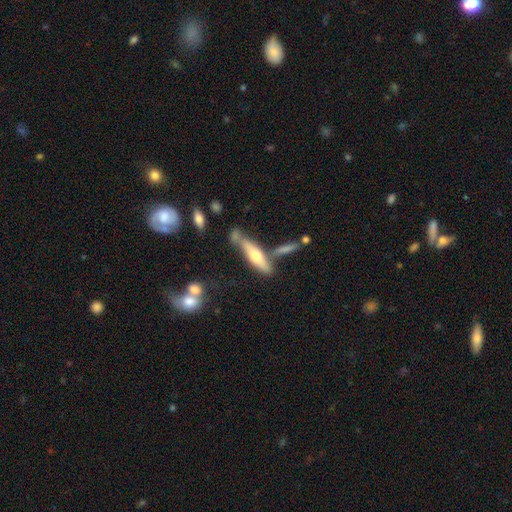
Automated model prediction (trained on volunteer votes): Overall: featured or disk (50%; smooth 44%). Edge-on disk: yes (87%). Merging: none (55%; merger 20%).